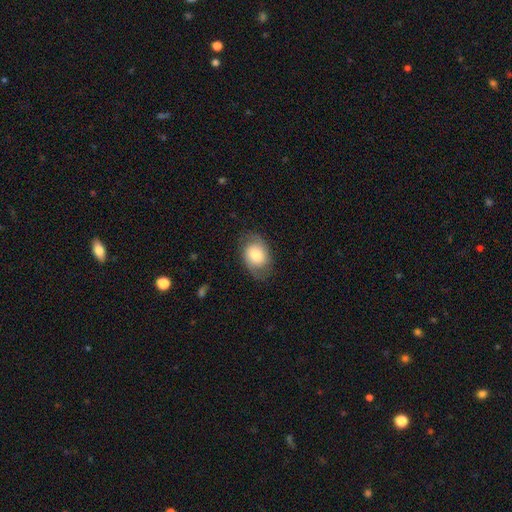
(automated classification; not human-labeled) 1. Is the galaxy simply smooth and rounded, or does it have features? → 66% smooth, 27% featured or disk, 7% star or artifact.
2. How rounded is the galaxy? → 67% in between, 32% round, 1% cigar-shaped.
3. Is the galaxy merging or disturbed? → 73% none, 18% minor disturbance, 7% major disturbance, 1% merger.